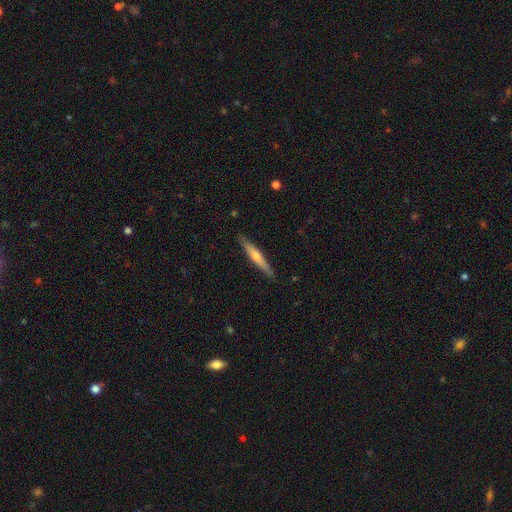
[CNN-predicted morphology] Smooth or featured? featured or disk (57%)
Edge-on disk? yes (96%)
Edge-on bulge? rounded (75%)
Merging? none (90%)